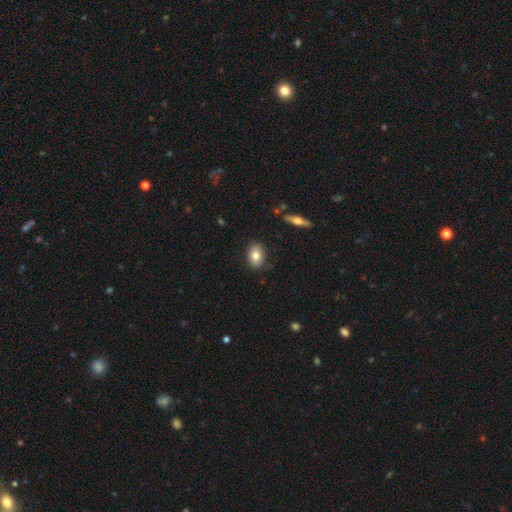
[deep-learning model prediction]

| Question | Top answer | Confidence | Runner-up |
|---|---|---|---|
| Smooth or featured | smooth | 77% | featured or disk (15%) |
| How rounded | in between | 78% | round (20%) |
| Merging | none | 84% | minor disturbance (12%) |